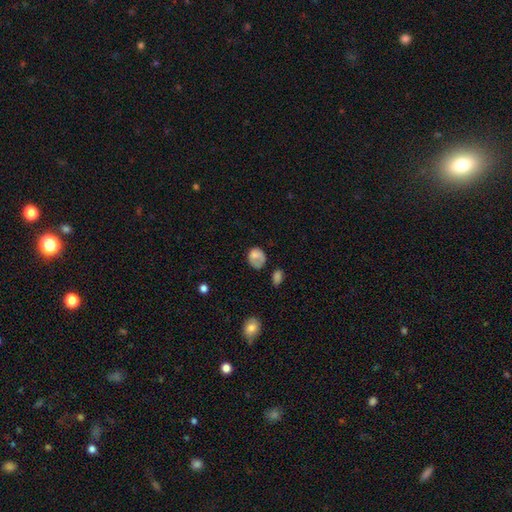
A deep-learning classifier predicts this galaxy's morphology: Smooth or featured? smooth (72%)
How rounded? in between (50%)
Merging? none (41%)